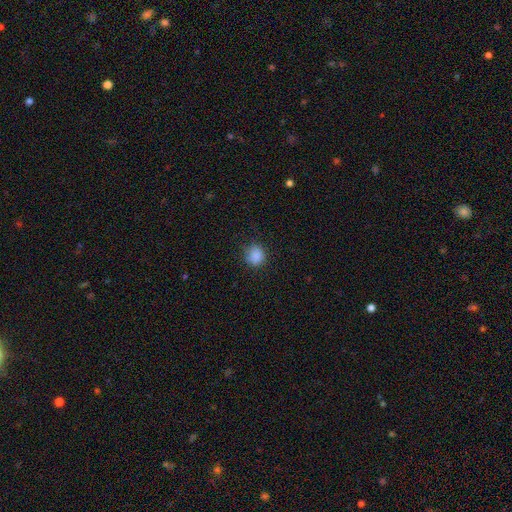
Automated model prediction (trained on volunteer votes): smooth 86%, star or artifact 10%, featured or disk 4%. Down the decision tree: how rounded — round (81%); merging — none (78%).